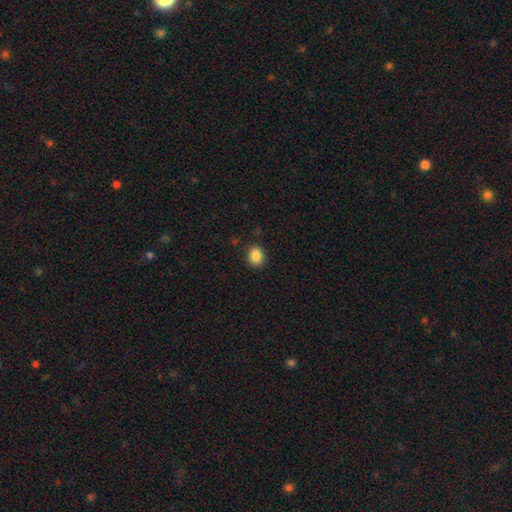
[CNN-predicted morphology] smooth_or_featured: smooth (p=0.87) [alt: star or artifact p=0.09]
how_rounded: in between (p=0.56) [alt: round p=0.43]
merging: none (p=0.87) [alt: minor disturbance p=0.09]